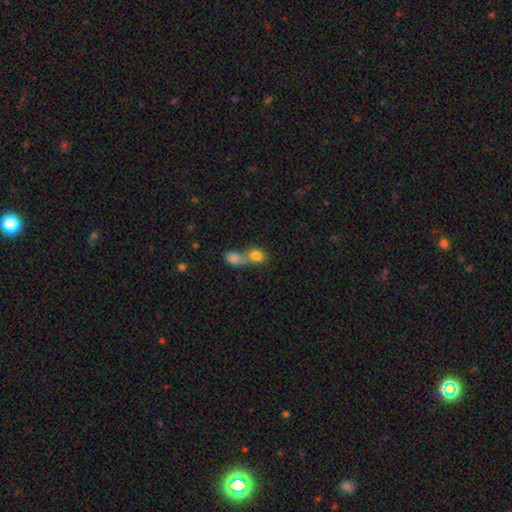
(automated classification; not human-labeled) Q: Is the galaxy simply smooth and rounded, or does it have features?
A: smooth — 81%.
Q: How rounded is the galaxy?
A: round — 50%.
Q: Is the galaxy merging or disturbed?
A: merger — 67%.